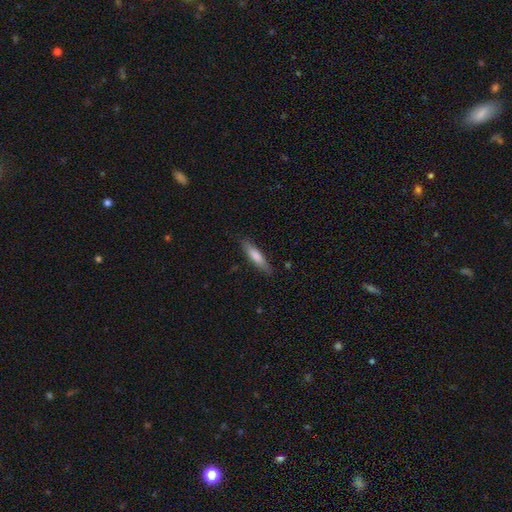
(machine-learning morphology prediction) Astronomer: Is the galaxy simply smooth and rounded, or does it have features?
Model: smooth — 74%.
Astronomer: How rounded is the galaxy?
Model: cigar-shaped — 78%.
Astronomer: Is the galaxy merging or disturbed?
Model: none — 83%.